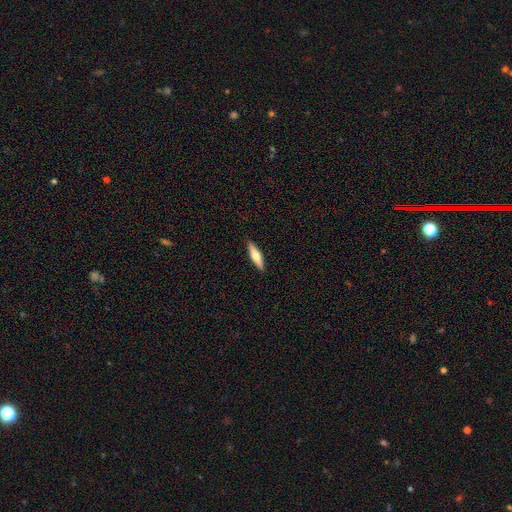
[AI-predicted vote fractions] This appears to be a smooth galaxy with no disk features (57%) that is cigar-shaped (76%). Merging: none (90%).